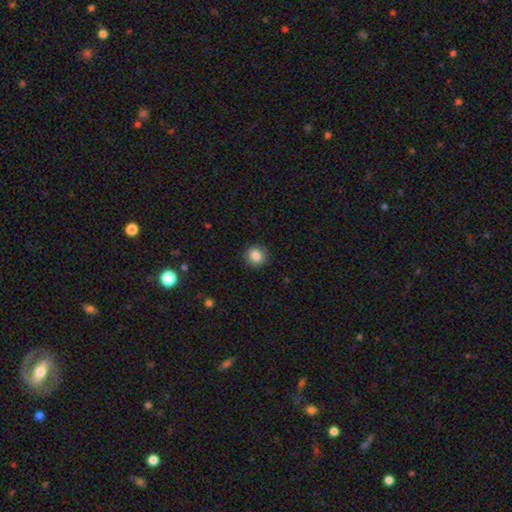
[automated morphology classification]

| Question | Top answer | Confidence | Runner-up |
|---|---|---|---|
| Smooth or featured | smooth | 85% | star or artifact (9%) |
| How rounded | round | 88% | in between (11%) |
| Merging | none | 90% | minor disturbance (7%) |